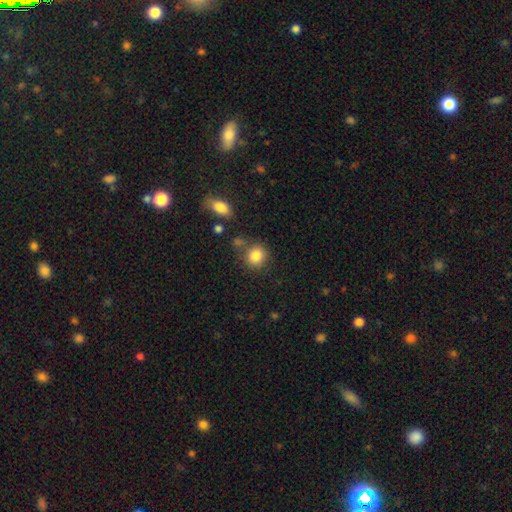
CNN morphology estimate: A smooth galaxy with no disk features (85%) that is round (81%). Merging: none (75%).